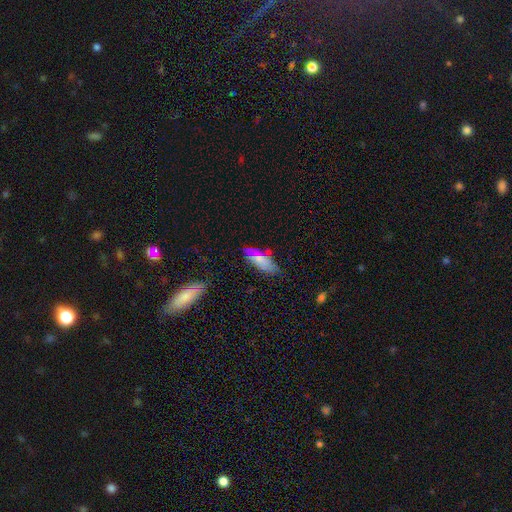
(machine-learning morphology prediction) Smooth or featured: smooth — 70% (featured or disk — 18%)
How rounded: in between — 79% (cigar-shaped — 18%)
Merging: none — 70% (minor disturbance — 22%)